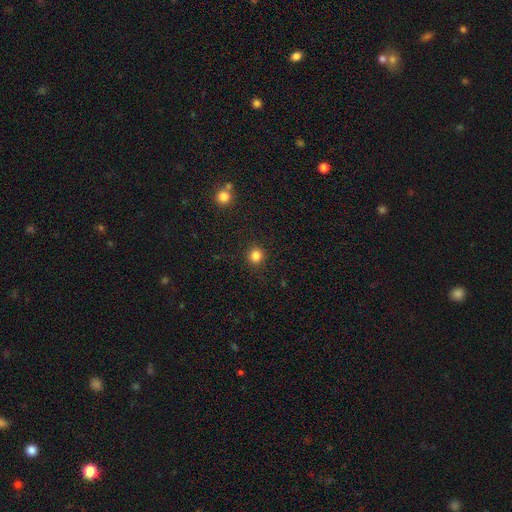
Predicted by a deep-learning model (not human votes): smooth-or-featured: smooth: 83% | star or artifact: 13% | featured or disk: 4%
  how-rounded: round: 93% | in between: 6% | cigar-shaped: 1%
  merging: none: 92% | minor disturbance: 5% | major disturbance: 2% | merger: 1%